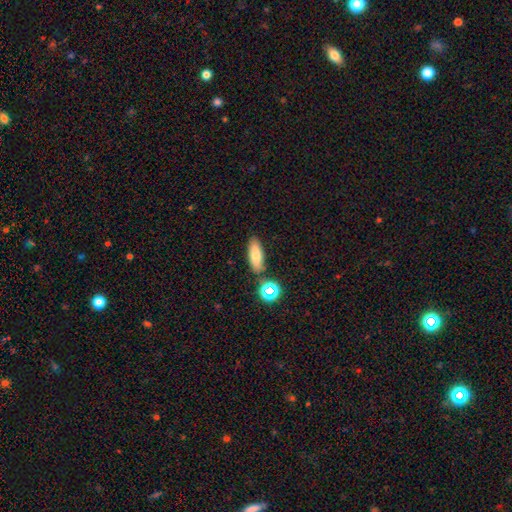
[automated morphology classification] Smooth or featured? smooth (78%)
How rounded? in between (66%)
Merging? none (79%)